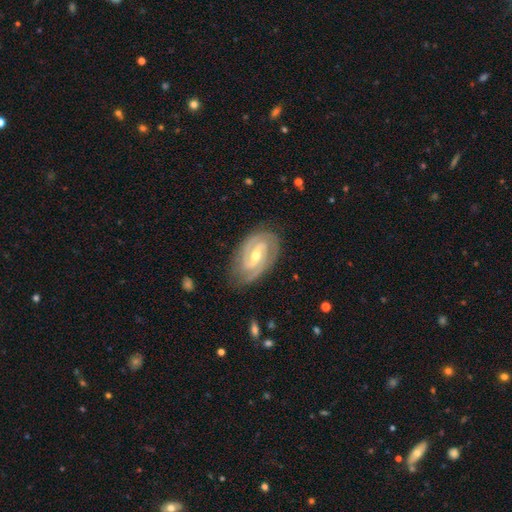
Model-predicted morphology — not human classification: Q: Smooth or featured?
A: featured or disk (90%); runner-up: smooth (6%)
Q: Edge-on disk?
A: no (96%); runner-up: yes (4%)
Q: Bar?
A: weak (44%); runner-up: strong (36%)
Q: Spiral arms?
A: yes (97%); runner-up: no (3%)
Q: Spiral winding?
A: tight (60%); runner-up: medium (34%)
Q: Spiral arm count?
A: 2 (78%); runner-up: 3 (11%)
Q: Bulge size?
A: moderate (57%); runner-up: small (40%)
Q: Merging?
A: none (81%); runner-up: minor disturbance (14%)